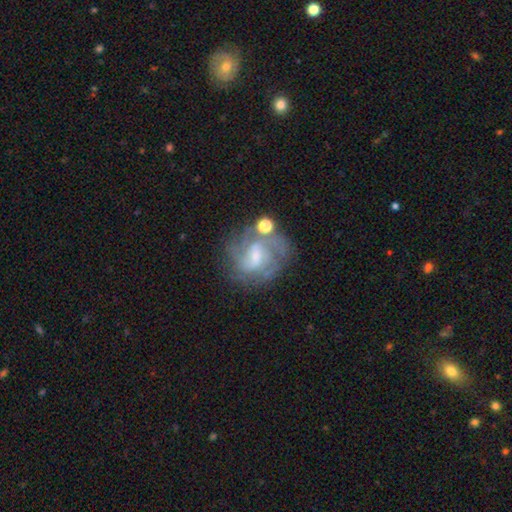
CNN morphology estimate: Smooth or featured: featured or disk — 76% (smooth — 15%)
Edge-on disk: no — 97% (yes — 3%)
Bar: weak — 55% (no — 28%)
Spiral arms: yes — 88% (no — 12%)
Spiral winding: medium — 43% (tight — 42%)
Spiral arm count: can't tell — 31% (2 — 30%)
Bulge size: small — 45% (moderate — 34%)
Merging: none — 60% (minor disturbance — 17%)